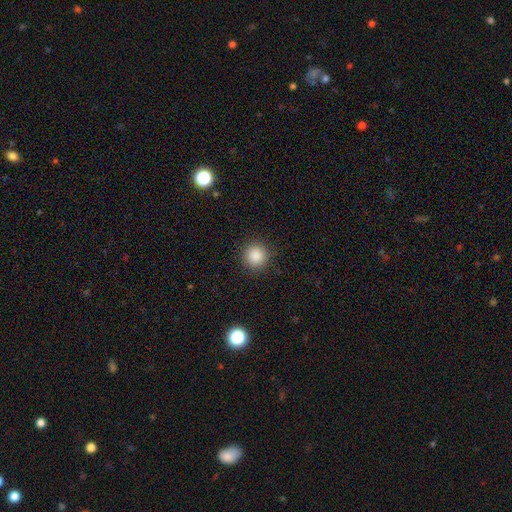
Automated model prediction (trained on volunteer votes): smooth 87%, star or artifact 10%, featured or disk 3%. Down the decision tree: how rounded — round (94%); merging — none (90%).